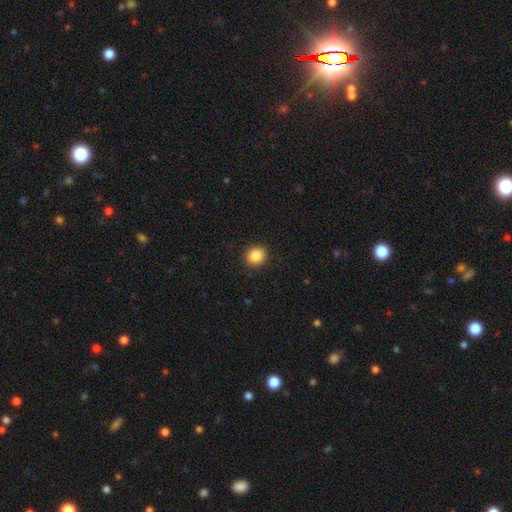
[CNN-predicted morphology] Smooth or featured? Predicted: smooth (p=0.88). How rounded? Predicted: round (p=0.76). Merging? Predicted: none (p=0.91).